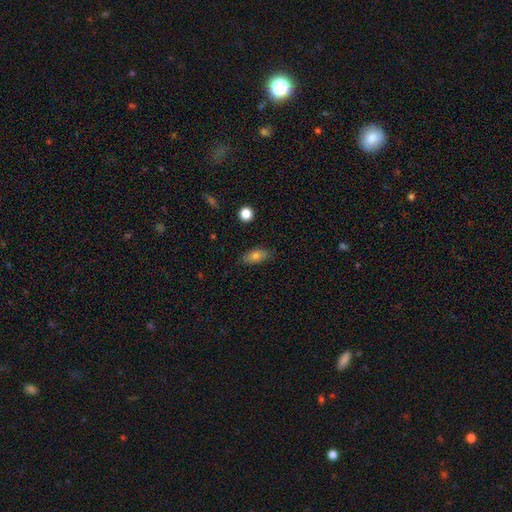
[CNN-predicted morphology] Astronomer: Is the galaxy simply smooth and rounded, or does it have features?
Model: smooth — 76%.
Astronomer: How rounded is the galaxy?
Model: in between — 84%.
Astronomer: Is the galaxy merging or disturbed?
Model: none — 82%.